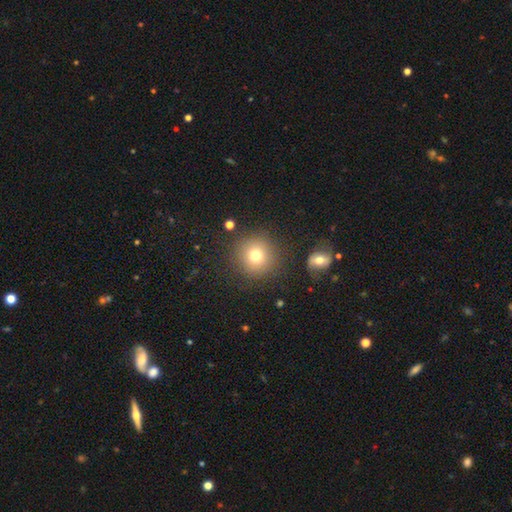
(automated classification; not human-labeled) Smooth or featured?
  - smooth: 75% *
  - star or artifact: 14%
  - featured or disk: 11%
How rounded?
  - round: 93% *
  - in between: 6%
  - cigar-shaped: 1%
Merging?
  - none: 86% *
  - minor disturbance: 8%
  - major disturbance: 4%
  - merger: 3%